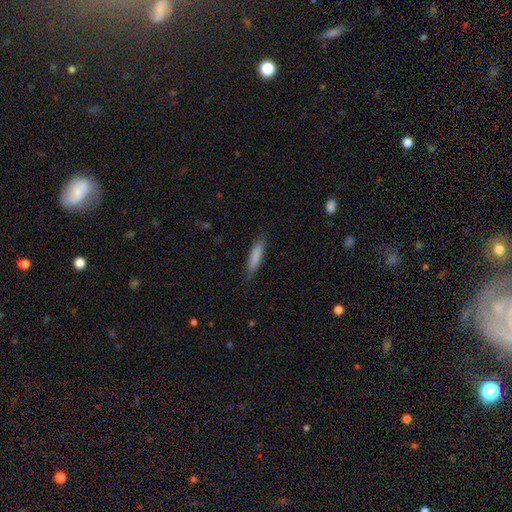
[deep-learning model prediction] Q: Smooth or featured?
A: smooth (83%); runner-up: featured or disk (12%)
Q: How rounded?
A: cigar-shaped (80%); runner-up: in between (18%)
Q: Merging?
A: none (81%); runner-up: minor disturbance (15%)